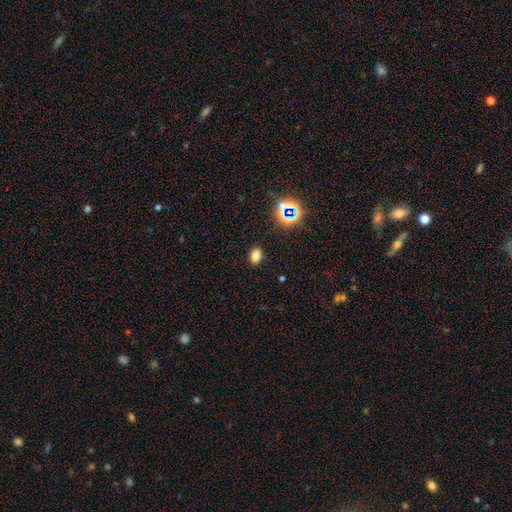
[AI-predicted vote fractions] Q: Smooth or featured?
A: smooth (75%); runner-up: star or artifact (19%)
Q: How rounded?
A: in between (82%); runner-up: round (16%)
Q: Merging?
A: none (87%); runner-up: minor disturbance (9%)